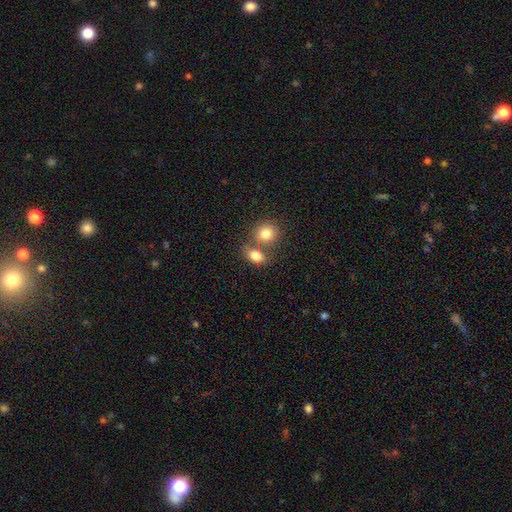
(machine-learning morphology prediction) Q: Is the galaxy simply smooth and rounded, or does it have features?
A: smooth — 82%.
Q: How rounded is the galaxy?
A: in between — 63%.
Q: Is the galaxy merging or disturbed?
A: none — 43%.